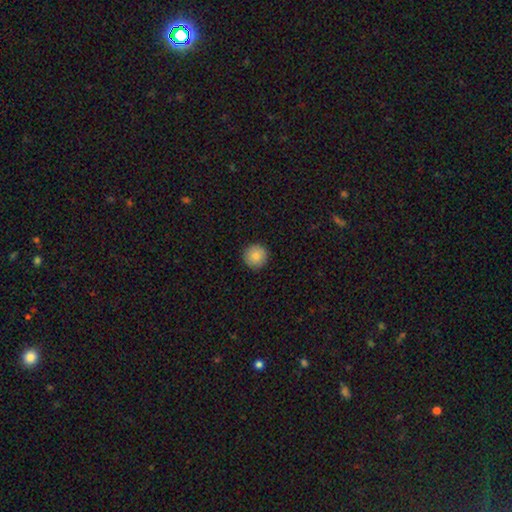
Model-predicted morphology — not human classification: Smooth or featured: smooth — 84% (star or artifact — 9%)
How rounded: round — 96% (in between — 3%)
Merging: none — 92% (minor disturbance — 5%)